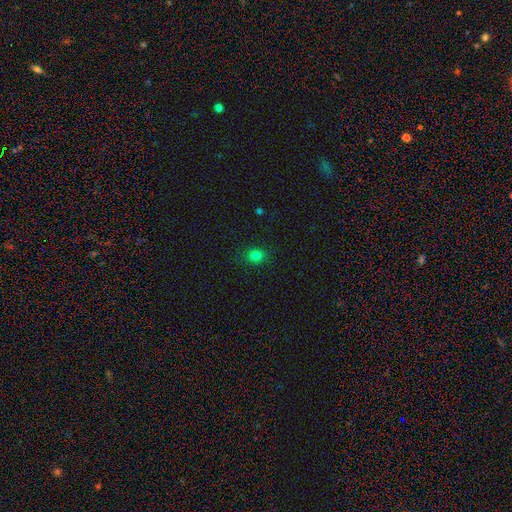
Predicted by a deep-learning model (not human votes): A smooth galaxy with no disk features (80%) that is round (55%). Merging: none (86%).